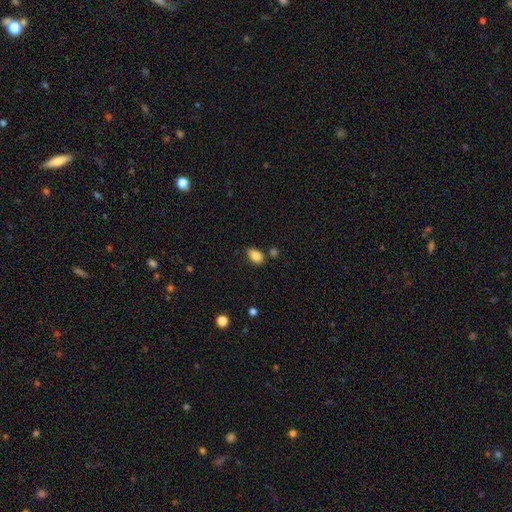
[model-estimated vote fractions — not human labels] smooth_or_featured: smooth (p=0.85) [alt: star or artifact p=0.09]
how_rounded: in between (p=0.87) [alt: round p=0.11]
merging: none (p=0.72) [alt: minor disturbance p=0.18]